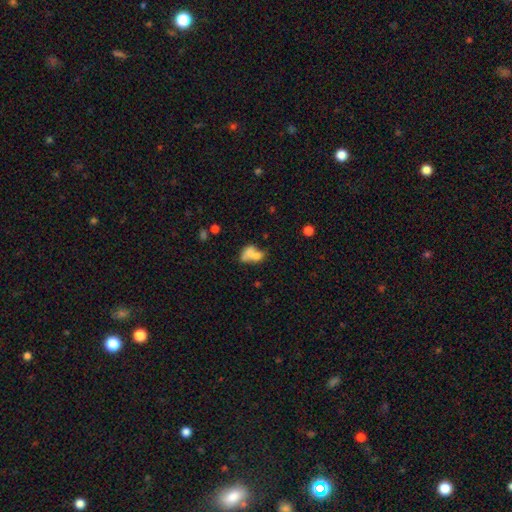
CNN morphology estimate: type=smooth (65%); roundness=in between (75%); merging=merger (60%).